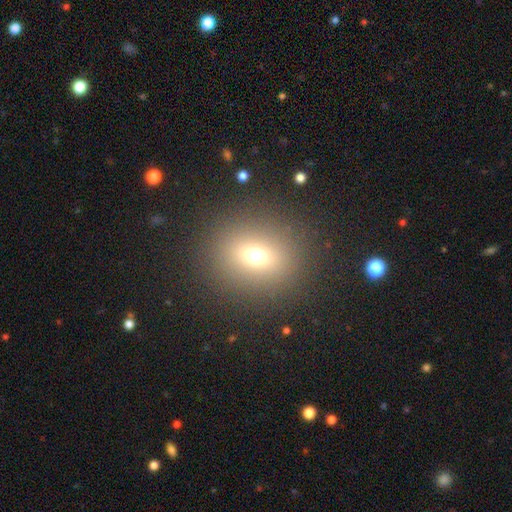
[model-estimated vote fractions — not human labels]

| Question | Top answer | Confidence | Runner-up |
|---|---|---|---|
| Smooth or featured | smooth | 67% | star or artifact (21%) |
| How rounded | round | 71% | in between (27%) |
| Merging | none | 87% | minor disturbance (7%) |